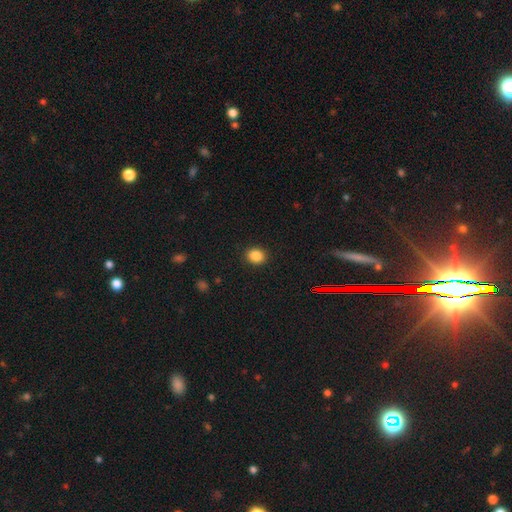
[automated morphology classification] type=smooth (87%); roundness=round (59%); merging=none (91%).